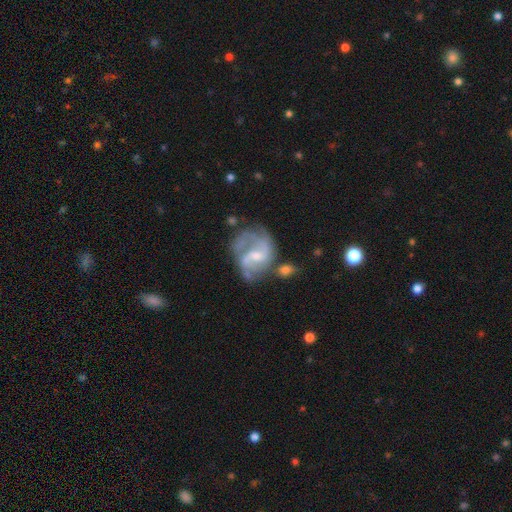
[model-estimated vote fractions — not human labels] Q: Smooth or featured?
A: featured or disk (79%); runner-up: smooth (14%)
Q: Edge-on disk?
A: no (98%); runner-up: yes (2%)
Q: Bar?
A: weak (52%); runner-up: no (33%)
Q: Spiral arms?
A: yes (87%); runner-up: no (13%)
Q: Spiral winding?
A: medium (48%); runner-up: loose (29%)
Q: Spiral arm count?
A: 2 (55%); runner-up: can't tell (19%)
Q: Bulge size?
A: small (52%); runner-up: moderate (36%)
Q: Merging?
A: none (44%); runner-up: major disturbance (24%)